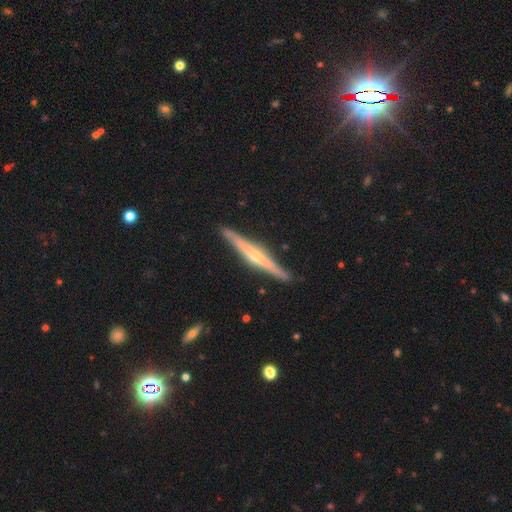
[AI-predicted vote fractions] Overall: featured or disk (75%). Edge-on disk: yes (97%). Edge-on bulge: rounded (68%). Merging: none (89%).